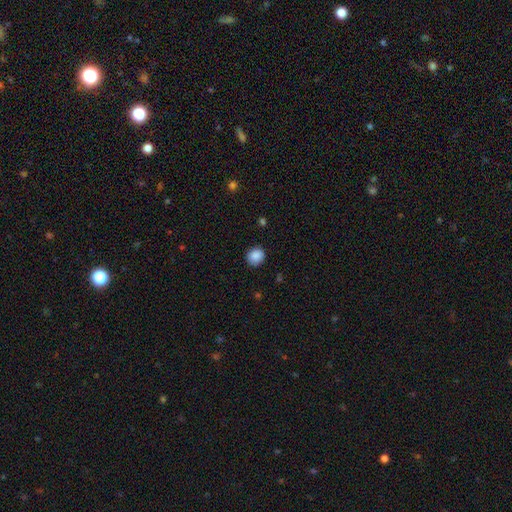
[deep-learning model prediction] Overall: smooth (88%). How rounded: round (78%). Merging: none (86%).